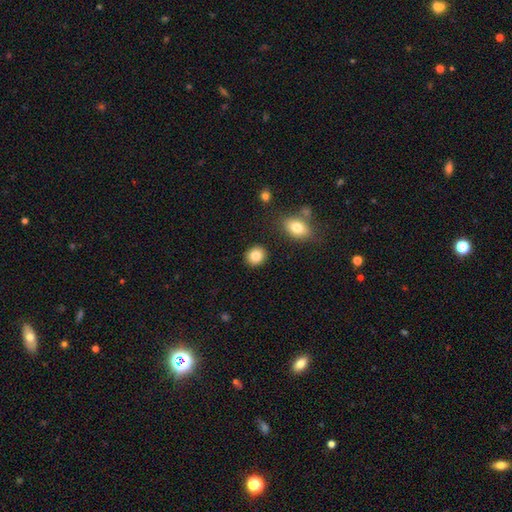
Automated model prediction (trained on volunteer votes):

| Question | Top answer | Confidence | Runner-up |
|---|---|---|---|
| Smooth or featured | smooth | 85% | star or artifact (9%) |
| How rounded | round | 84% | in between (15%) |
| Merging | none | 89% | minor disturbance (6%) |